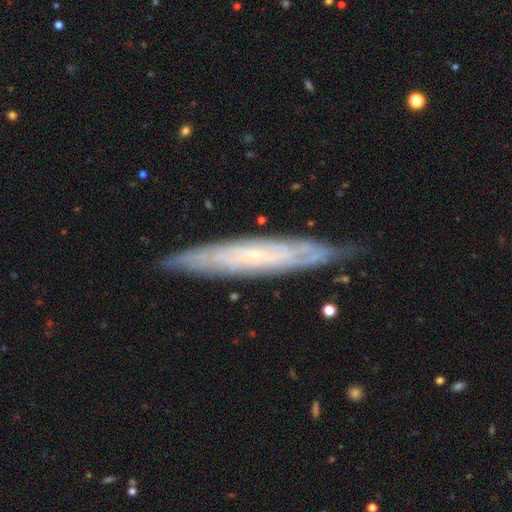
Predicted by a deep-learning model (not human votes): smooth-or-featured: featured or disk: 73% | smooth: 21% | star or artifact: 6%
  disk-edge-on: yes: 53% | no: 47%
  merging: none: 81% | minor disturbance: 15% | major disturbance: 3% | merger: 1%